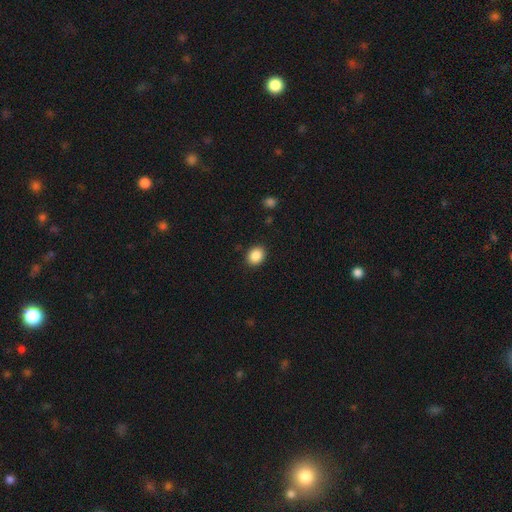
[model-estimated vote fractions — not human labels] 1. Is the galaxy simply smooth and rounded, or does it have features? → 88% smooth, 8% star or artifact, 3% featured or disk.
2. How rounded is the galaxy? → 53% round, 46% in between, 1% cigar-shaped.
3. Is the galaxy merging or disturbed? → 89% none, 7% minor disturbance, 2% major disturbance, 1% merger.